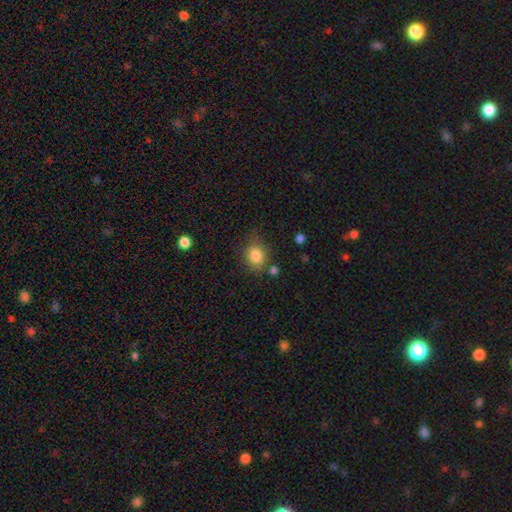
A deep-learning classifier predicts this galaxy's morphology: Smooth or featured: smooth — 83% (star or artifact — 10%)
How rounded: round — 51% (in between — 48%)
Merging: none — 72% (minor disturbance — 17%)